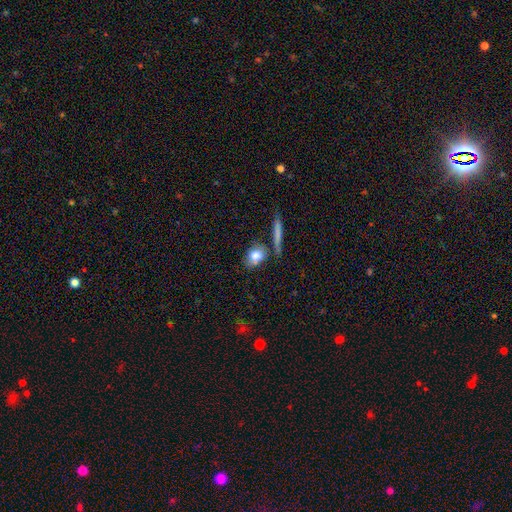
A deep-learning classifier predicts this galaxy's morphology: Smooth or featured?
  - smooth: 78% *
  - featured or disk: 14%
  - star or artifact: 8%
How rounded?
  - in between: 55% *
  - round: 35%
  - cigar-shaped: 10%
Merging?
  - none: 57% *
  - minor disturbance: 18%
  - merger: 17%
  - major disturbance: 8%